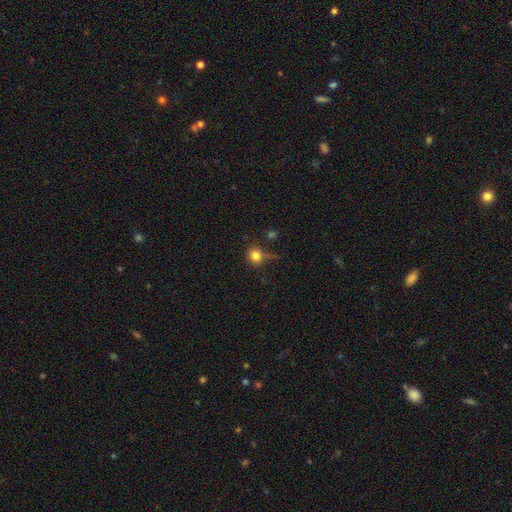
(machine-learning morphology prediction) A smooth galaxy with no disk features (80%) that is round (88%).

Vote fractions:
- Smooth or featured? smooth: 80% / star or artifact: 13% / featured or disk: 7%
- How rounded? round: 88% / in between: 10% / cigar-shaped: 1%
- Merging? none: 68% / minor disturbance: 18% / major disturbance: 8% / merger: 6%